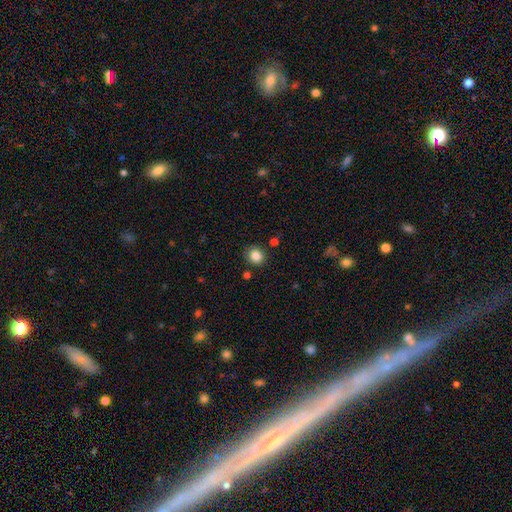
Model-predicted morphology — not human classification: This appears to be a smooth galaxy with no disk features (86%) that is round (79%). Merging: none (84%).